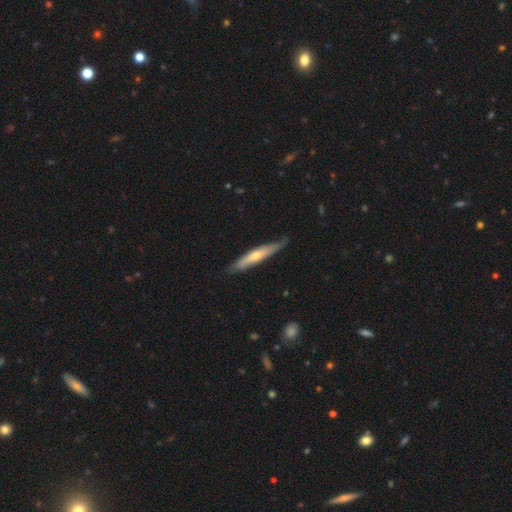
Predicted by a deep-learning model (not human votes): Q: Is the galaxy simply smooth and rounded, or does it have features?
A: featured or disk — 48%.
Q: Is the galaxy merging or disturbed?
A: none — 73%.